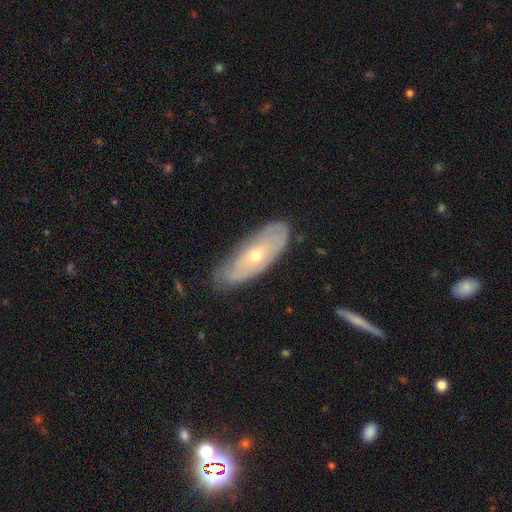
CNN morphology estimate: Smooth or featured?
  - featured or disk: 56% *
  - smooth: 37%
  - star or artifact: 6%
Edge-on disk?
  - no: 79% *
  - yes: 21%
Merging?
  - none: 62% *
  - minor disturbance: 28%
  - major disturbance: 8%
  - merger: 2%